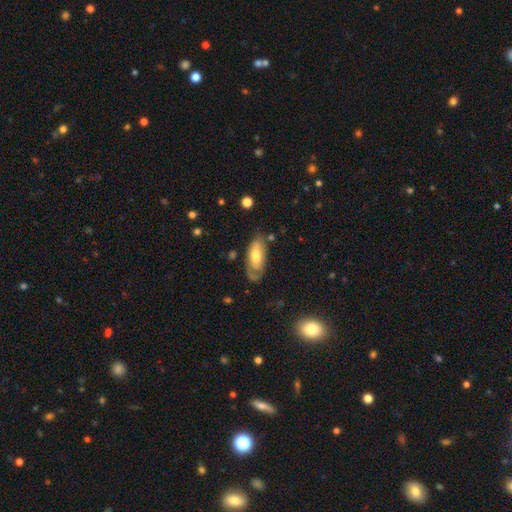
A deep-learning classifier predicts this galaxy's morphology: Overall: smooth (51%; featured or disk 43%). How rounded: in between (83%). Merging: none (56%; minor disturbance 27%).